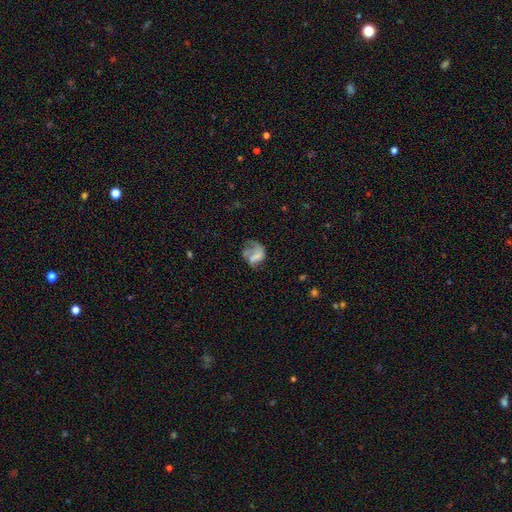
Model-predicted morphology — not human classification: This is possibly a featured or disk galaxy (49%). Merging: marginally major disturbance (43%).